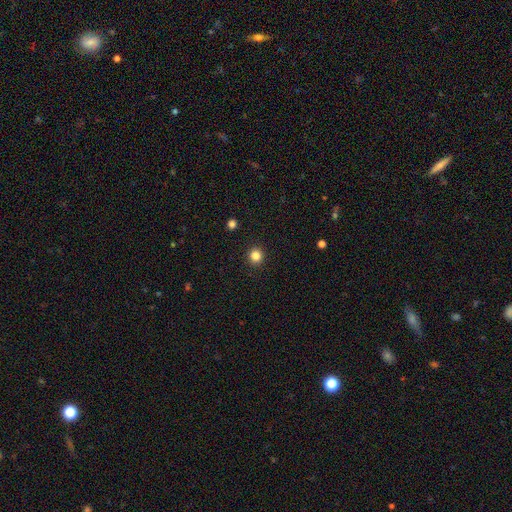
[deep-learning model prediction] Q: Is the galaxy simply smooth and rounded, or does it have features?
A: smooth — 84%.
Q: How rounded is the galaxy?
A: round — 94%.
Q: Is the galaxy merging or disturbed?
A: none — 93%.